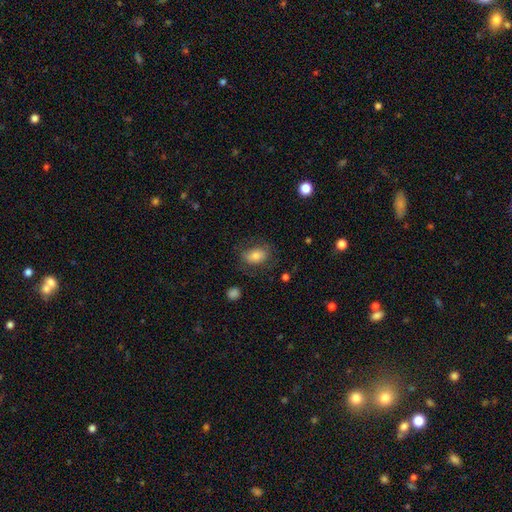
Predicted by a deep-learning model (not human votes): Smooth or featured? smooth (74%)
How rounded? in between (80%)
Merging? none (69%)